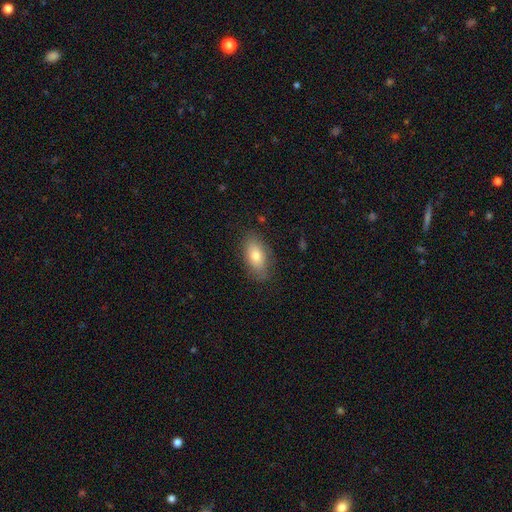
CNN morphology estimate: smooth 75%, featured or disk 18%, star or artifact 7%. Down the decision tree: how rounded — in between (88%); merging — none (80%).